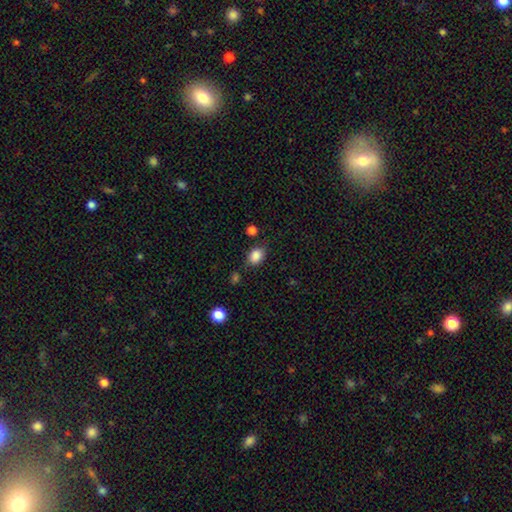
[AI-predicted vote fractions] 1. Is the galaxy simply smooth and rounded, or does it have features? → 86% smooth, 9% star or artifact, 4% featured or disk.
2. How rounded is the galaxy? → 71% in between, 28% round, 1% cigar-shaped.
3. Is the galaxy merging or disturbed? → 72% none, 19% minor disturbance, 5% major disturbance, 4% merger.